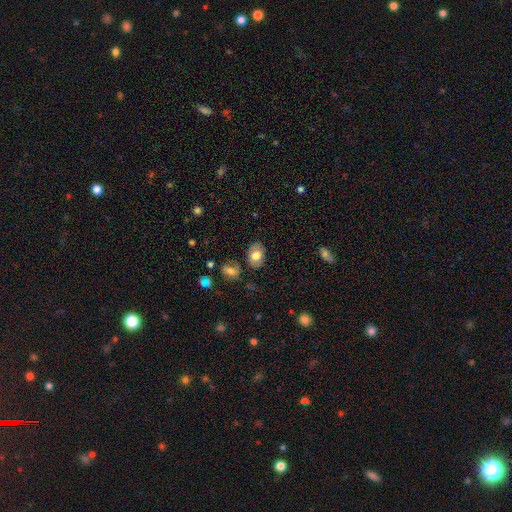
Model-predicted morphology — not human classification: Smooth or featured?
  - smooth: 75% *
  - featured or disk: 18%
  - star or artifact: 8%
How rounded?
  - in between: 80% *
  - round: 18%
  - cigar-shaped: 1%
Merging?
  - none: 80% *
  - minor disturbance: 13%
  - merger: 4%
  - major disturbance: 3%